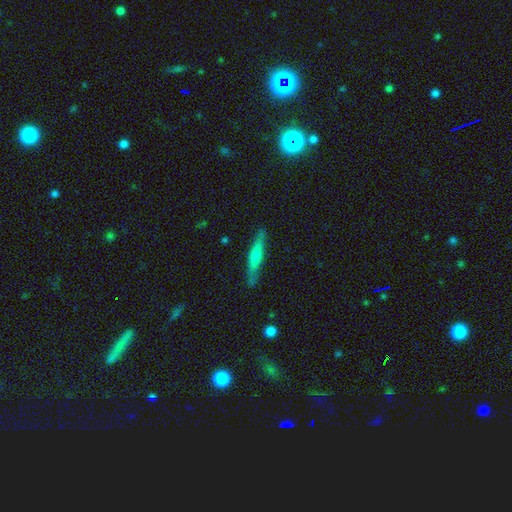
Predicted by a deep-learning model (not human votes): Overall: smooth (48%; featured or disk 46%). Merging: none (86%).